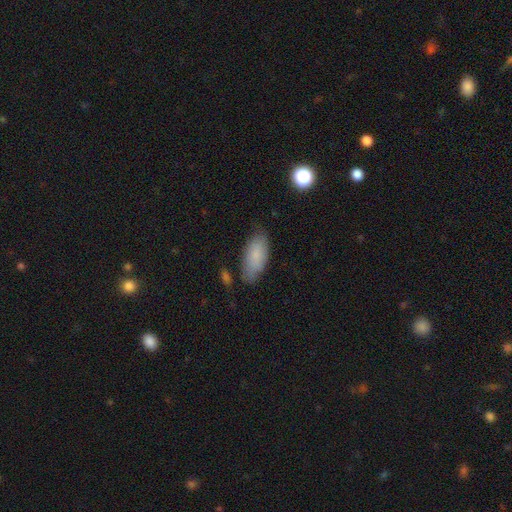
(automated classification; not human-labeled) Smooth or featured? smooth (83%)
How rounded? in between (85%)
Merging? none (75%)